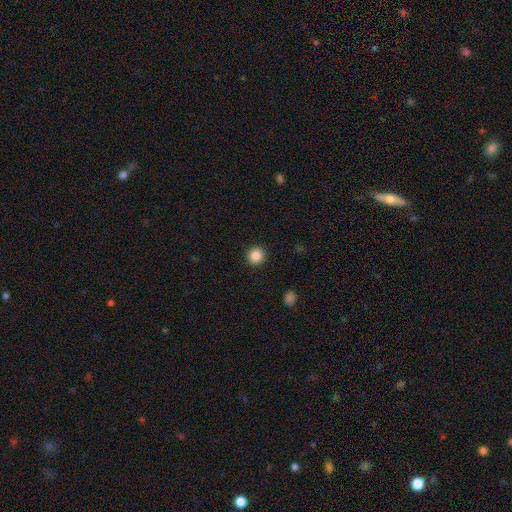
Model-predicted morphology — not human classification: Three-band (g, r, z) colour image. It shows a smooth galaxy with no disk features (86%) that is round (93%). Merging: none (93%).